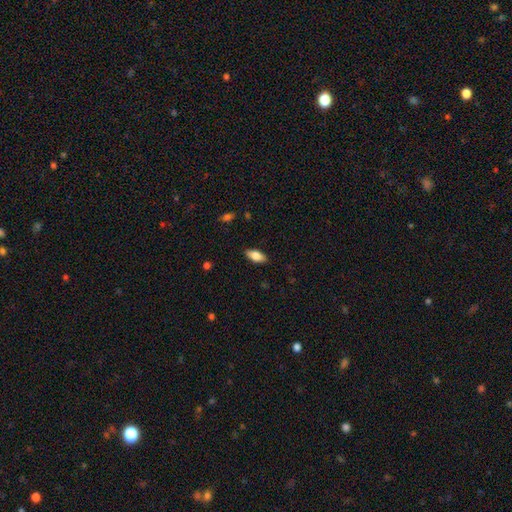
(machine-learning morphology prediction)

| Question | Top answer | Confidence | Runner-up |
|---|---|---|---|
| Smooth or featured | smooth | 78% | featured or disk (15%) |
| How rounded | in between | 86% | cigar-shaped (12%) |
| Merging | none | 87% | minor disturbance (10%) |